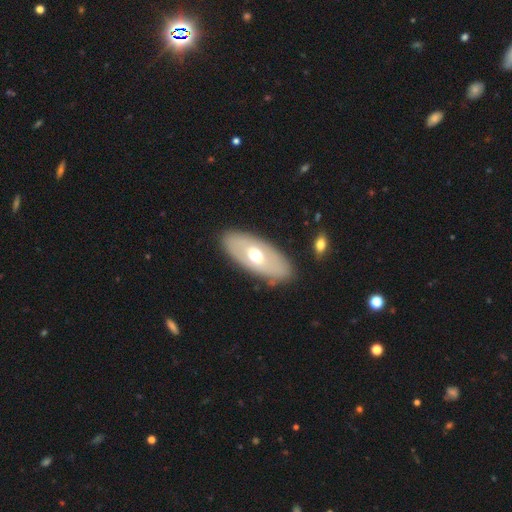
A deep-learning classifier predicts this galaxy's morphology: This is possibly a smooth galaxy (48%). Merging: clearly none (84%).